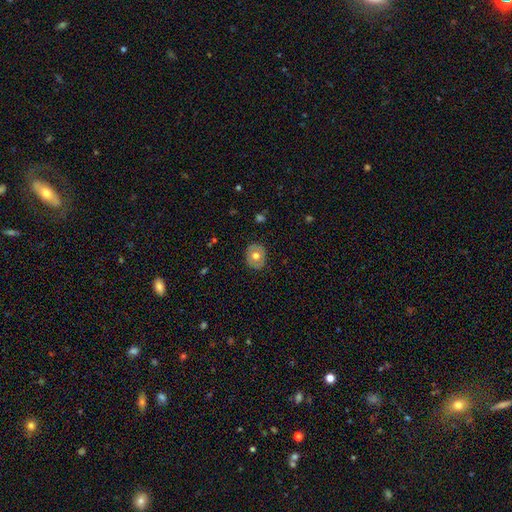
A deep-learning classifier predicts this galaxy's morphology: This is likely a smooth galaxy (61%). How rounded: likely round (67%). Merging: clearly none (86%).